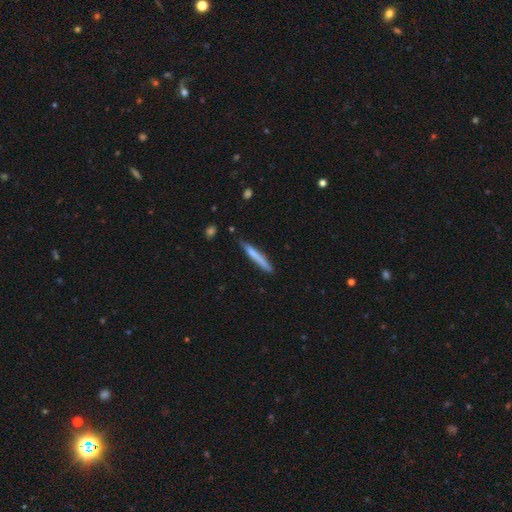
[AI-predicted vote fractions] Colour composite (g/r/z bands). It shows a smooth galaxy with no disk features (68%) that is cigar-shaped (96%). Merging: none (82%).